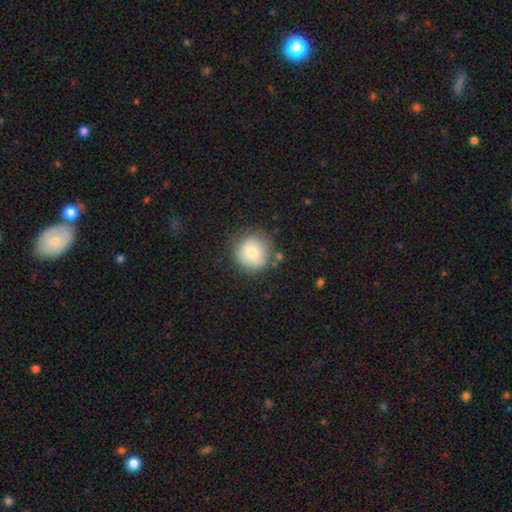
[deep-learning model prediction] Morphology: type=smooth (80%); roundness=round (93%); merging=none (78%).